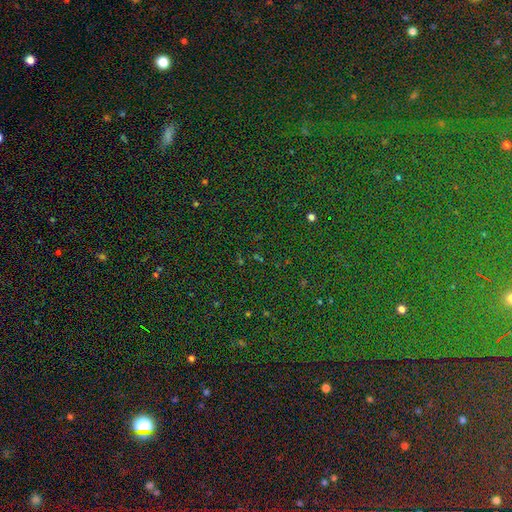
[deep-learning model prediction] The model was most divided on "smooth or featured": star or artifact: 83%, smooth: 10%, featured or disk: 8%.